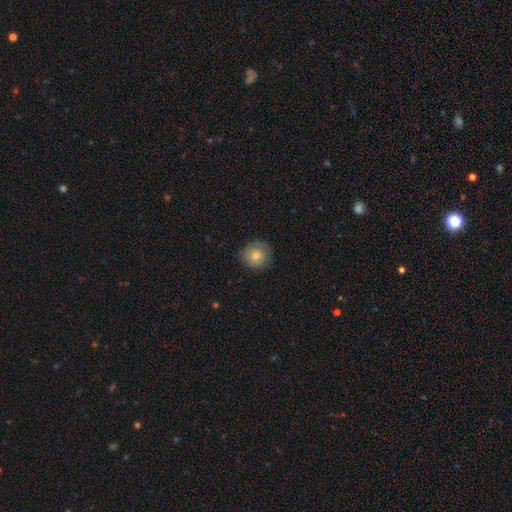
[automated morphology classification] Smooth or featured?
  - smooth: 74% *
  - featured or disk: 16%
  - star or artifact: 9%
How rounded?
  - round: 93% *
  - in between: 6%
  - cigar-shaped: 1%
Merging?
  - none: 83% *
  - minor disturbance: 13%
  - major disturbance: 3%
  - merger: 1%